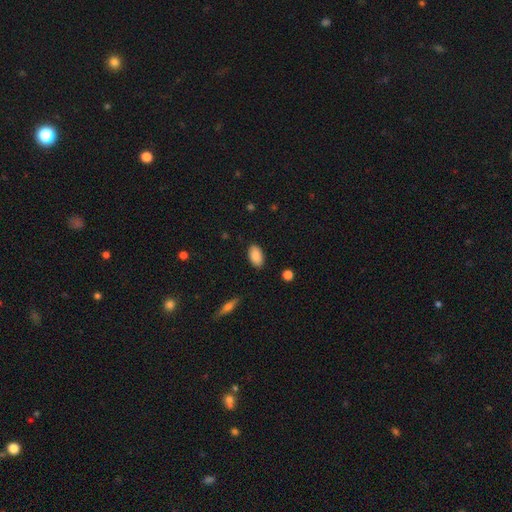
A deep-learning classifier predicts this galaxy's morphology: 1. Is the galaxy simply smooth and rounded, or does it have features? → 88% smooth, 7% star or artifact, 5% featured or disk.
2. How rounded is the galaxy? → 94% in between, 4% round, 2% cigar-shaped.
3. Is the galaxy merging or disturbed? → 86% none, 10% minor disturbance, 2% major disturbance, 1% merger.